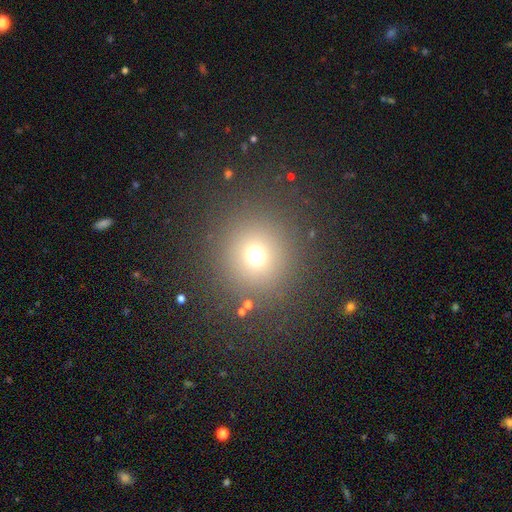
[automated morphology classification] smooth 67%, star or artifact 24%, featured or disk 9%. Down the decision tree: how rounded — round (93%); merging — none (85%).